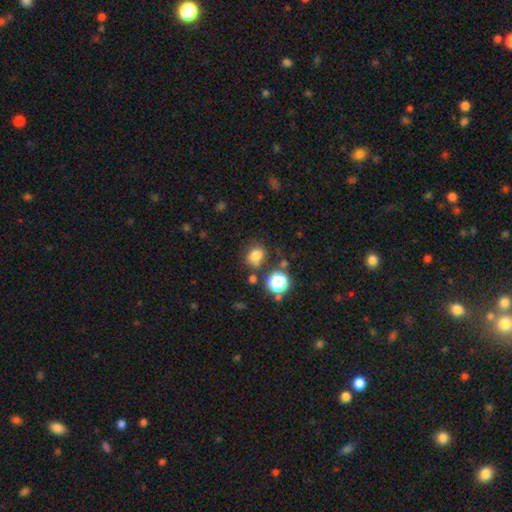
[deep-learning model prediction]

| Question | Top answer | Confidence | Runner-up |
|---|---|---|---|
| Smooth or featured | smooth | 76% | star or artifact (16%) |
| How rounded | round | 57% | in between (42%) |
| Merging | none | 70% | minor disturbance (16%) |